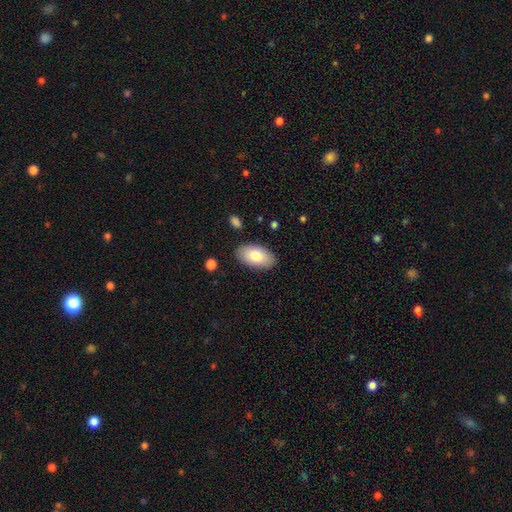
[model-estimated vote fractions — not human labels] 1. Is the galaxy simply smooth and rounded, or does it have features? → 79% smooth, 15% featured or disk, 6% star or artifact.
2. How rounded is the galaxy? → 95% in between, 3% round, 2% cigar-shaped.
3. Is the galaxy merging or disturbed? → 87% none, 10% minor disturbance, 2% major disturbance, 1% merger.